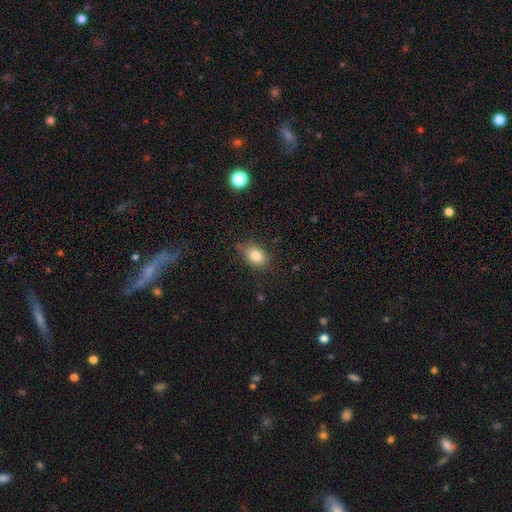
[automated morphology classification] Q: Smooth or featured?
A: smooth (81%); runner-up: star or artifact (10%)
Q: How rounded?
A: in between (67%); runner-up: round (32%)
Q: Merging?
A: none (73%); runner-up: minor disturbance (21%)